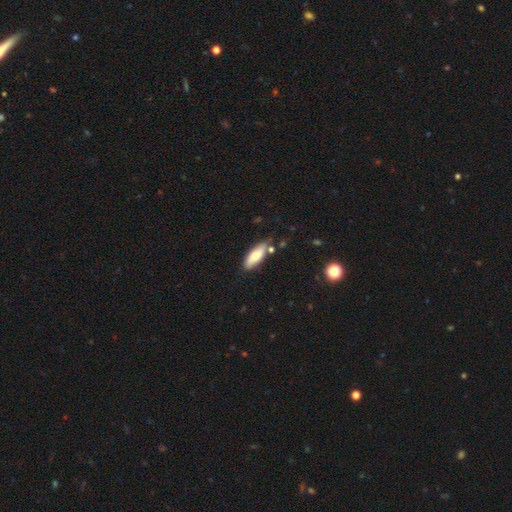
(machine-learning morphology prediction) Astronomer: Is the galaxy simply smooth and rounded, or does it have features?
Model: smooth — 73%.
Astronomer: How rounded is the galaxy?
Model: in between — 67%.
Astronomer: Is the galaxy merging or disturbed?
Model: none — 76%.